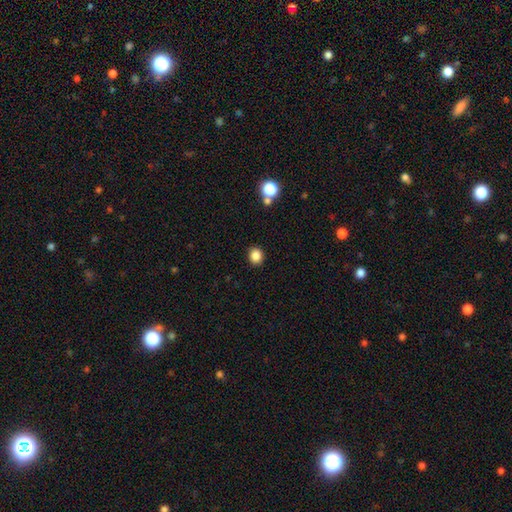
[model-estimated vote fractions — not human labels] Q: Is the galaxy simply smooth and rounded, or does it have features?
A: smooth — 85%.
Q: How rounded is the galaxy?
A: round — 73%.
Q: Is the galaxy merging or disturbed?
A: none — 90%.